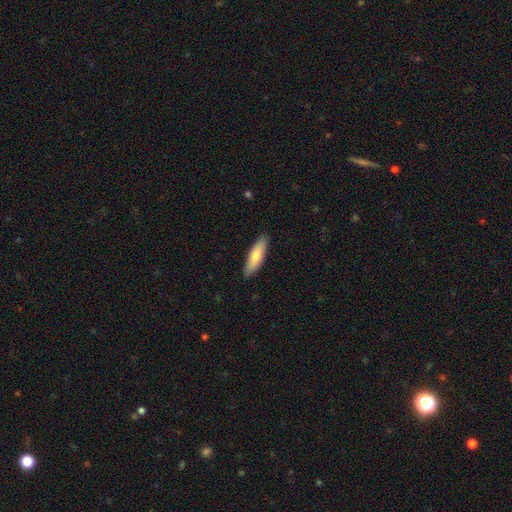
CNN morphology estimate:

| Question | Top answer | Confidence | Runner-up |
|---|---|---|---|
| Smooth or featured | smooth | 74% | featured or disk (21%) |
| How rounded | cigar-shaped | 55% | in between (43%) |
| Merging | none | 89% | minor disturbance (9%) |